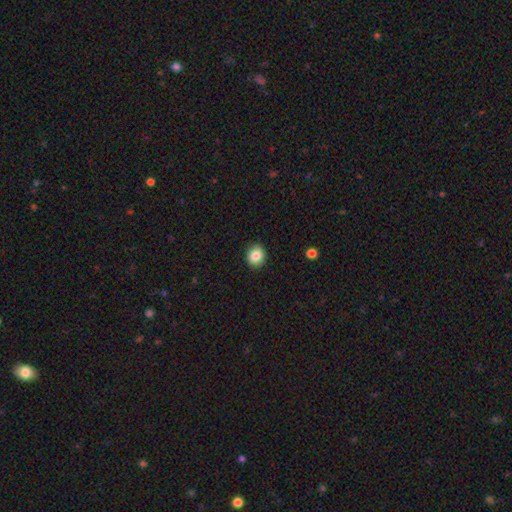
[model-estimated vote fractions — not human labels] smooth 85%, star or artifact 9%, featured or disk 6%. Down the decision tree: how rounded — round (75%); merging — none (91%).